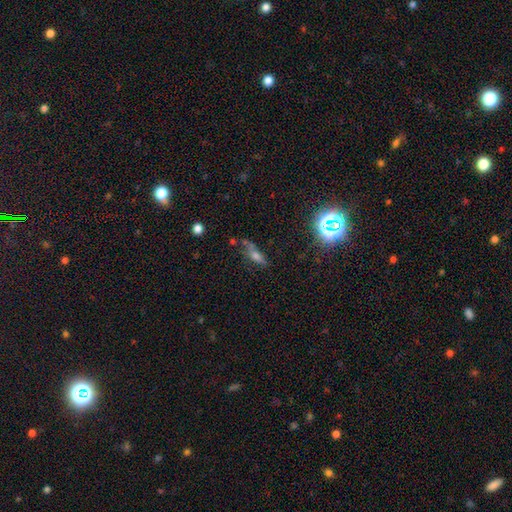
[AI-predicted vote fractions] A smooth galaxy with no disk features (55%) that is in between round and cigar-shaped (54%). Merging: none (50%).